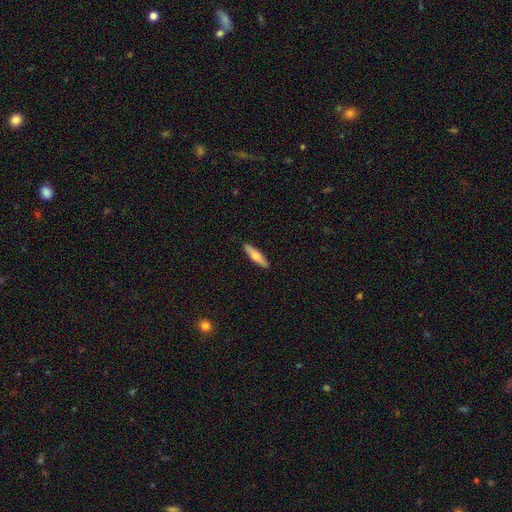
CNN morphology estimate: This is possibly a smooth galaxy (56%). How rounded: likely cigar-shaped (79%). Merging: clearly none (91%).